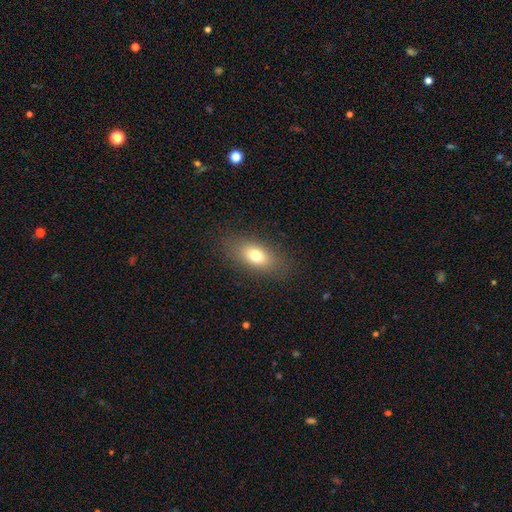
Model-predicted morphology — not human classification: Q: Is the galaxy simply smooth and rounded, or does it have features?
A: smooth — 75%.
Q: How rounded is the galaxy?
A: in between — 82%.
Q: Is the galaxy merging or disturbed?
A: none — 85%.